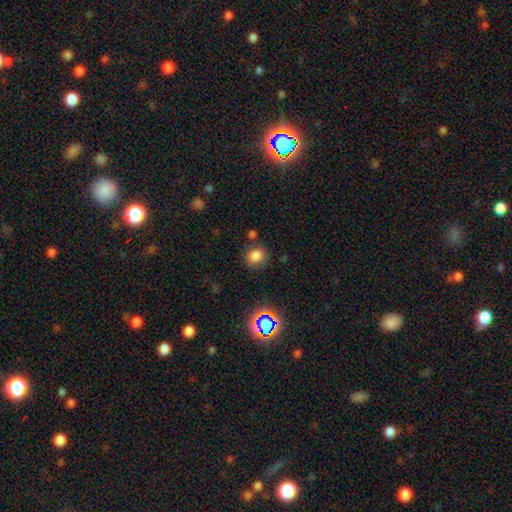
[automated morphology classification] The model was most divided on "how rounded": round: 69%, in between: 30%, cigar-shaped: 1%. More confident: merging — none (79%); smooth or featured — smooth (78%).